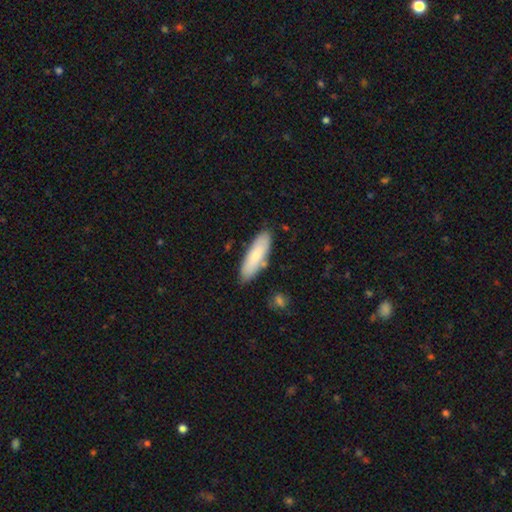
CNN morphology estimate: smooth_or_featured: smooth (p=0.78) [alt: featured or disk p=0.16]
how_rounded: cigar-shaped (p=0.50) [alt: in between p=0.49]
merging: none (p=0.83) [alt: minor disturbance p=0.12]